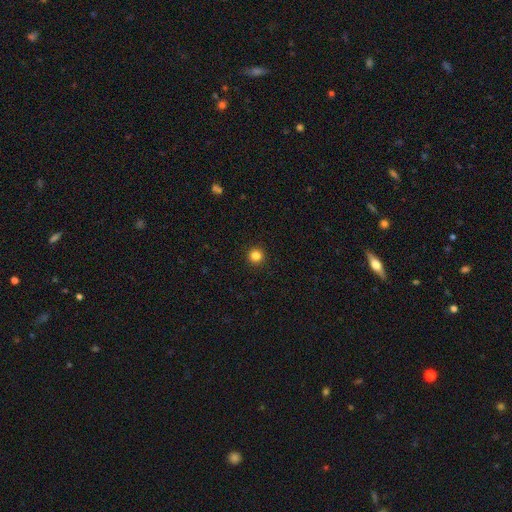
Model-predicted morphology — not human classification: Smooth or featured? Predicted: smooth (p=0.84). How rounded? Predicted: round (p=0.96). Merging? Predicted: none (p=0.94).